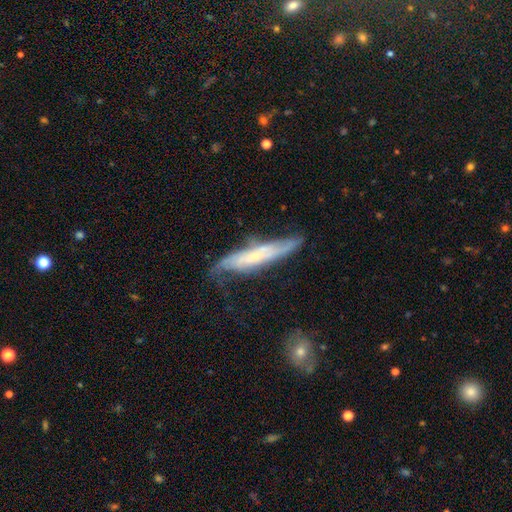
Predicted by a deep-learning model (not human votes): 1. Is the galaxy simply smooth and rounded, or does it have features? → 60% featured or disk, 33% smooth, 7% star or artifact.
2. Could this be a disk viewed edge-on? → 56% yes, 44% no.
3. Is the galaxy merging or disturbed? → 49% none, 30% minor disturbance, 16% major disturbance, 5% merger.